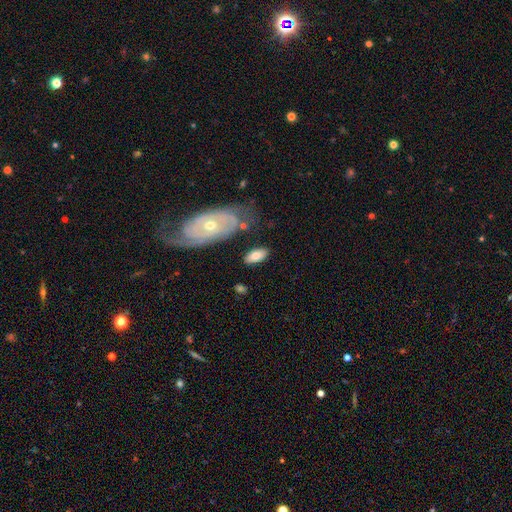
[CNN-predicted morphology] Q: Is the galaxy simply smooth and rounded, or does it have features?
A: smooth — 70%.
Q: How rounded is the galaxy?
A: in between — 90%.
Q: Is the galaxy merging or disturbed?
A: none — 75%.